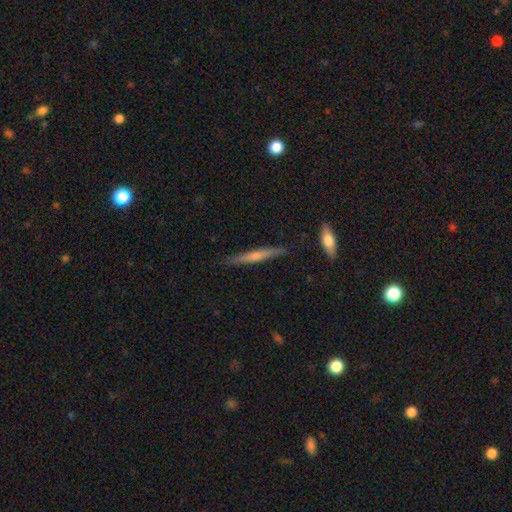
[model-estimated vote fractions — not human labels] smooth-or-featured: featured or disk: 47% (tied) | smooth: 47% (tied) | star or artifact: 6%
  merging: none: 86% | minor disturbance: 10% | major disturbance: 2% | merger: 2%